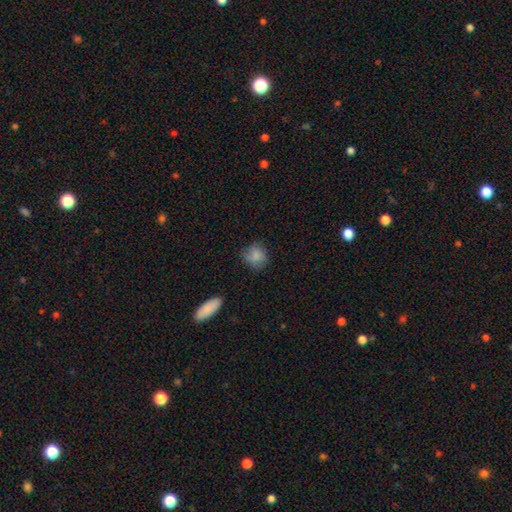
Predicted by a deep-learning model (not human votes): smooth-or-featured: smooth: 83% | star or artifact: 9% | featured or disk: 8%
  how-rounded: round: 78% | in between: 21% | cigar-shaped: 1%
  merging: none: 71% | minor disturbance: 21% | major disturbance: 6% | merger: 2%